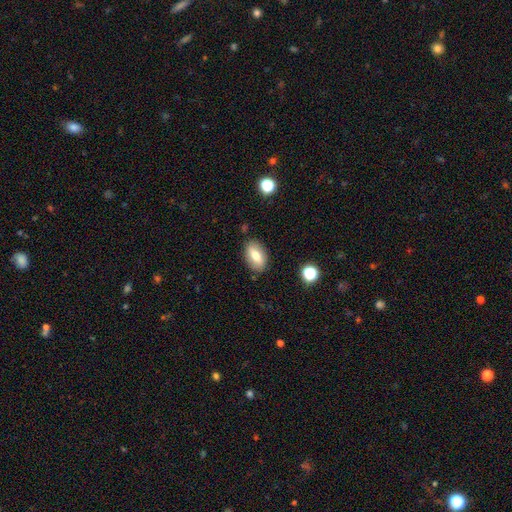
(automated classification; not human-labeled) Smooth or featured: smooth — 69% (featured or disk — 22%)
How rounded: in between — 88% (round — 8%)
Merging: none — 84% (minor disturbance — 11%)